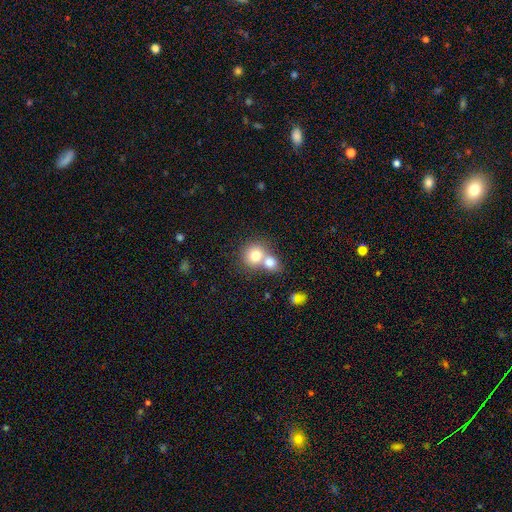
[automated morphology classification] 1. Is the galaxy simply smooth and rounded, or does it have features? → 76% smooth, 14% featured or disk, 10% star or artifact.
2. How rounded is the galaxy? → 81% round, 19% in between, 1% cigar-shaped.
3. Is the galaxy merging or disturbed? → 57% merger, 34% none, 6% minor disturbance, 3% major disturbance.